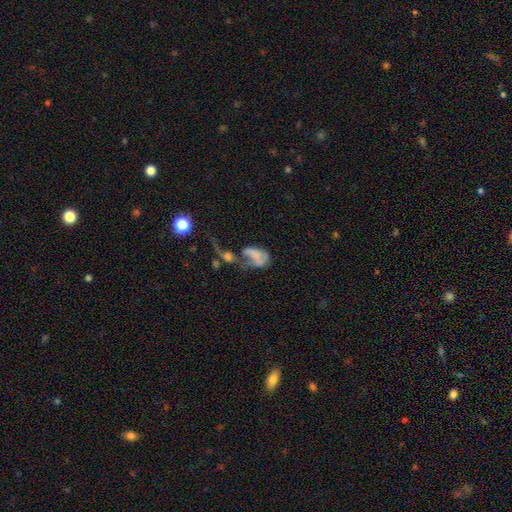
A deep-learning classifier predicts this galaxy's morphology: featured or disk 44%, smooth 43%, star or artifact 13%. Down the decision tree: merging — merger (45%).